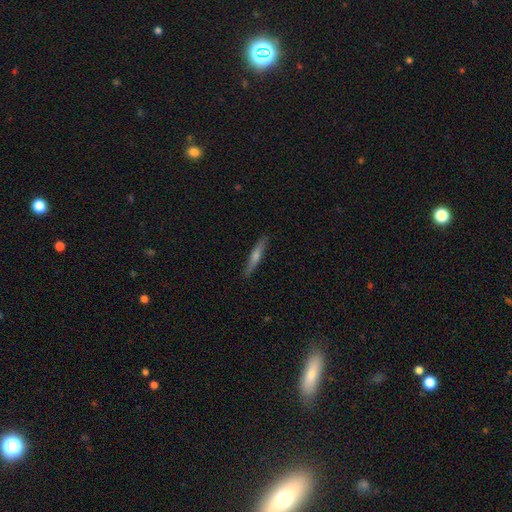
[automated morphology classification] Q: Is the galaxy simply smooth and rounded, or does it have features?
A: featured or disk — 54%.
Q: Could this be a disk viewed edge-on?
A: yes — 95%.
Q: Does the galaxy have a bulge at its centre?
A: rounded — 71%.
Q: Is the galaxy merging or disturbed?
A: none — 88%.